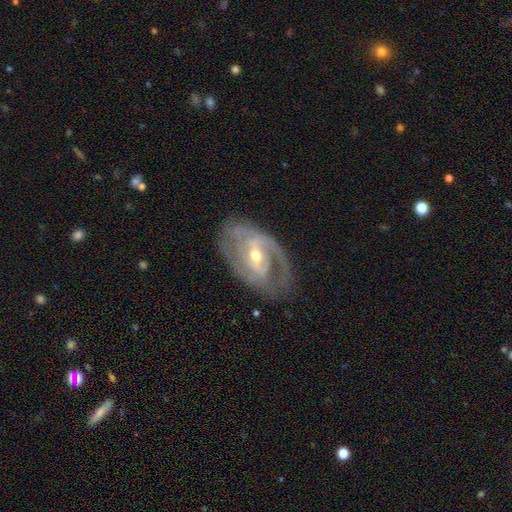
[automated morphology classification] The model was most divided on "bar": weak: 43%, strong: 40%, no: 18%. Remaining: edge-on disk — no (95%); spiral arms — yes (91%); smooth or featured — featured or disk (87%); merging — none (68%); spiral arm count — 2 (60%); bulge size — moderate (56%); spiral winding — tight (45%).